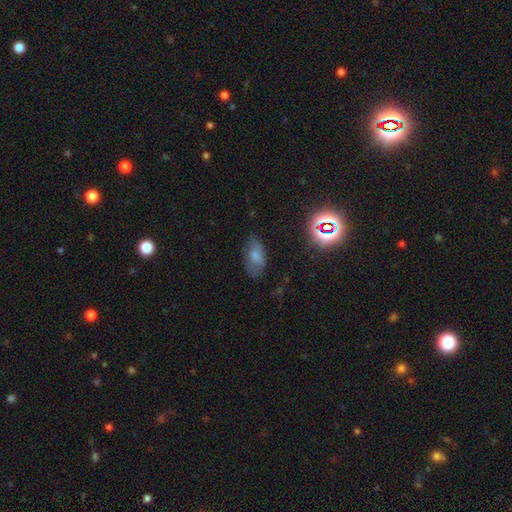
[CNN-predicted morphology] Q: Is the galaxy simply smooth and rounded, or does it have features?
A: smooth — 64%.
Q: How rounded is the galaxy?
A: in between — 92%.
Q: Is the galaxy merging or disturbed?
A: none — 63%.